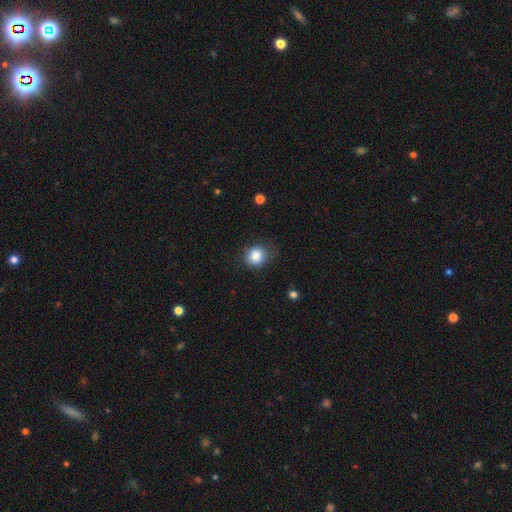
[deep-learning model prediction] Smooth or featured?
  - smooth: 84% *
  - star or artifact: 10%
  - featured or disk: 6%
How rounded?
  - round: 80% *
  - in between: 19%
  - cigar-shaped: 1%
Merging?
  - none: 72% *
  - minor disturbance: 21%
  - major disturbance: 5%
  - merger: 1%